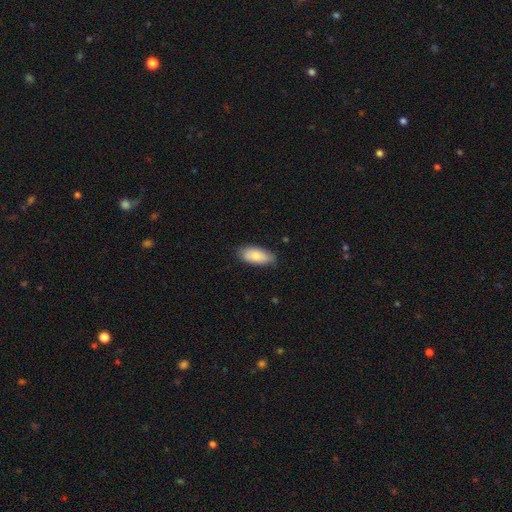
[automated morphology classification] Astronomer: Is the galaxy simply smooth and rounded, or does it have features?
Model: smooth — 80%.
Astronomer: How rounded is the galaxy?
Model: in between — 89%.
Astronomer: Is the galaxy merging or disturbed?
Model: none — 78%.